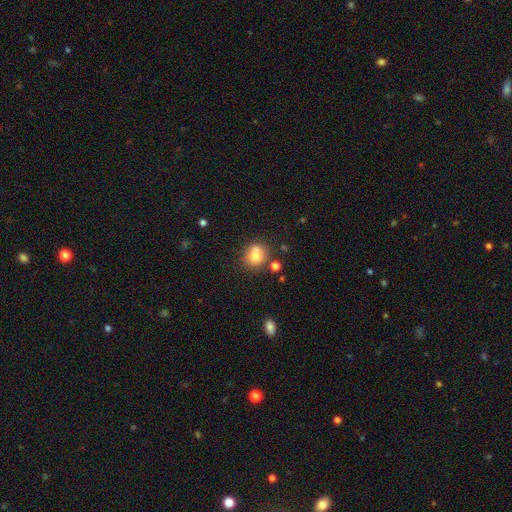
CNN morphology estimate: Smooth or featured: smooth — 75% (featured or disk — 14%)
How rounded: round — 80% (in between — 19%)
Merging: none — 61% (merger — 19%)